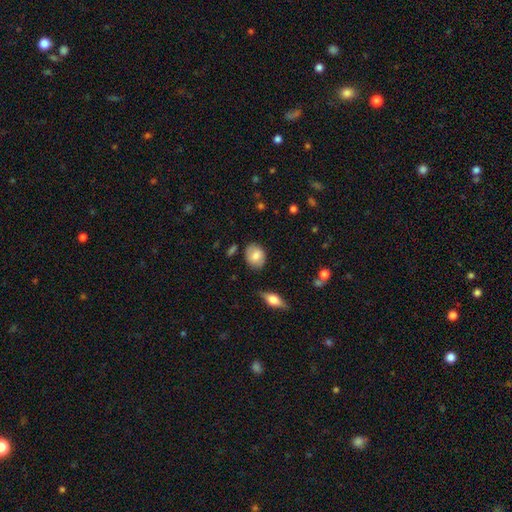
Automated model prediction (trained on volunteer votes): Smooth or featured? smooth (76%)
How rounded? in between (56%)
Merging? none (81%)